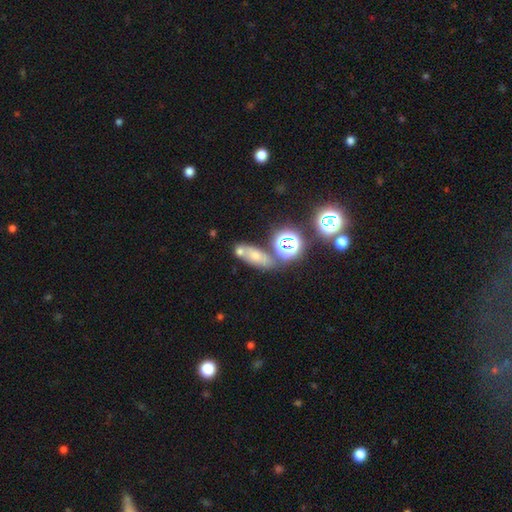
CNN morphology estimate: smooth-or-featured: smooth: 56% | star or artifact: 24% | featured or disk: 21%
  how-rounded: in between: 58% | cigar-shaped: 22% | round: 20%
  merging: none: 58% | merger: 23% | minor disturbance: 14% | major disturbance: 6%